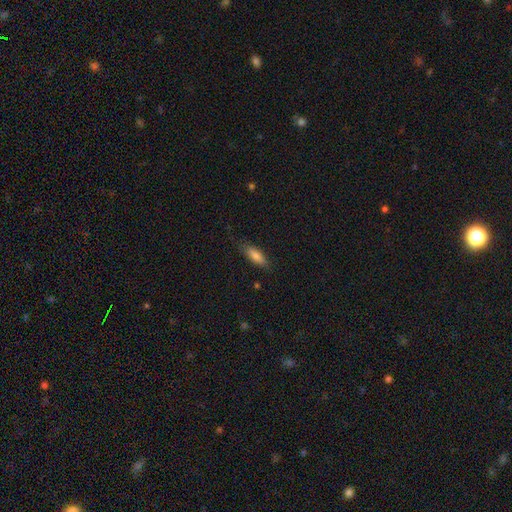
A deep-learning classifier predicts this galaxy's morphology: Smooth or featured: smooth — 77% (featured or disk — 15%)
How rounded: in between — 59% (cigar-shaped — 38%)
Merging: none — 79% (minor disturbance — 16%)